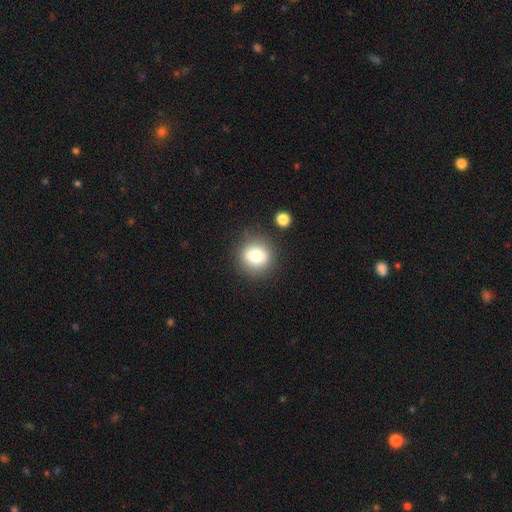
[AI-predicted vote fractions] A smooth galaxy with no disk features (76%) that is round (86%).

Vote fractions:
- Smooth or featured? smooth: 76% / featured or disk: 13% / star or artifact: 11%
- How rounded? round: 86% / in between: 13% / cigar-shaped: 1%
- Merging? none: 85% / minor disturbance: 9% / major disturbance: 3% / merger: 3%